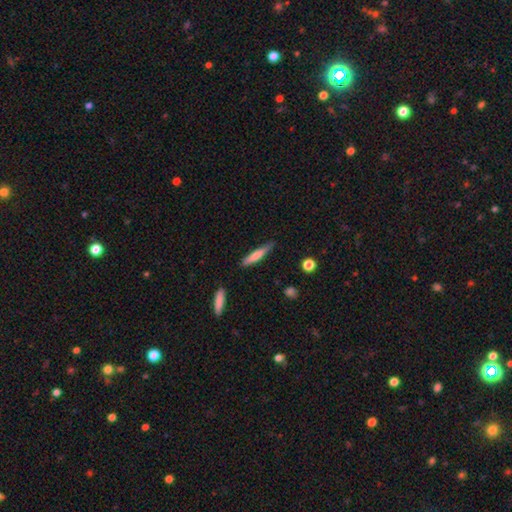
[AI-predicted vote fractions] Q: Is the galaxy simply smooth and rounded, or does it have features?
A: smooth — 63%.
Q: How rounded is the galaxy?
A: cigar-shaped — 90%.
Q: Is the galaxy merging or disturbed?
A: none — 82%.